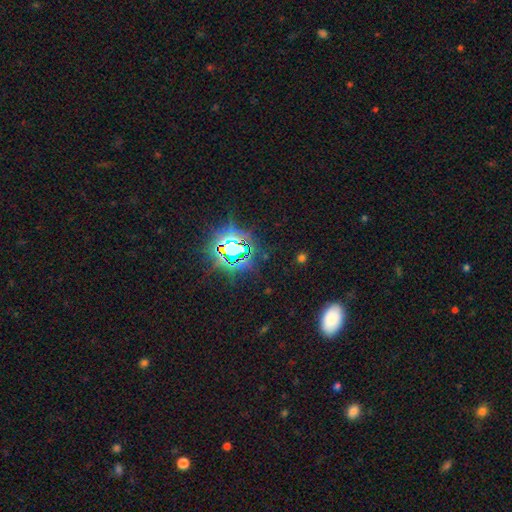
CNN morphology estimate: Q: Smooth or featured?
A: star or artifact (76%); runner-up: smooth (16%)